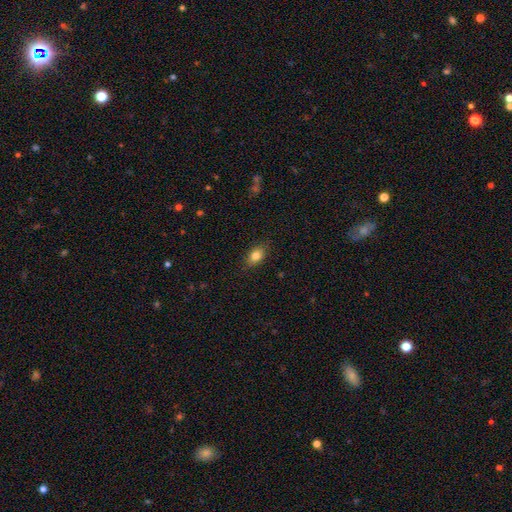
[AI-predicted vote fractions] smooth_or_featured: smooth (p=0.83) [alt: star or artifact p=0.09]
how_rounded: in between (p=0.80) [alt: round p=0.17]
merging: none (p=0.85) [alt: minor disturbance p=0.12]